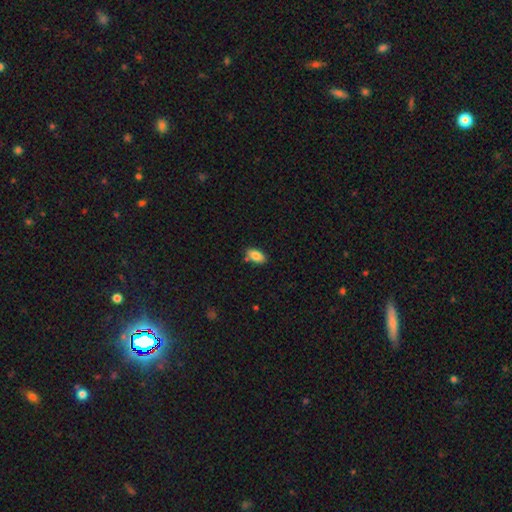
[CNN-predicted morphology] The model was most divided on "merging": none: 78%, minor disturbance: 14%, merger: 6%, major disturbance: 3%. More confident: how rounded — in between (92%); smooth or featured — smooth (86%).